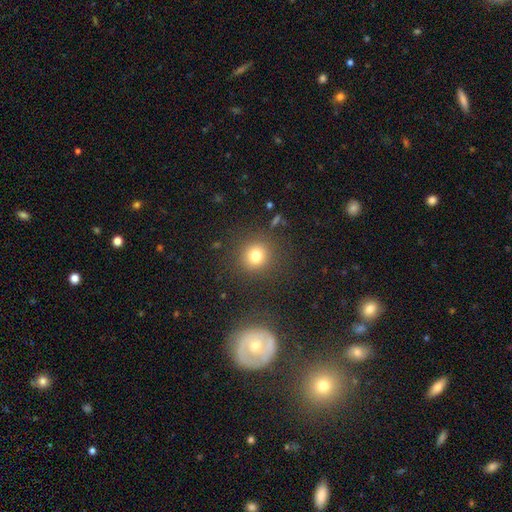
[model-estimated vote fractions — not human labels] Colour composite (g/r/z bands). It shows a smooth galaxy with no disk features (77%) that is round (90%). Merging: none (87%).